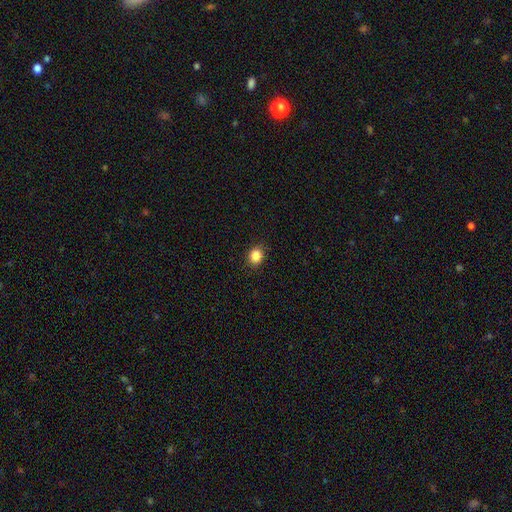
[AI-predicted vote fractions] smooth_or_featured: smooth (p=0.86) [alt: star or artifact p=0.10]
how_rounded: round (p=0.62) [alt: in between p=0.37]
merging: none (p=0.88) [alt: minor disturbance p=0.09]